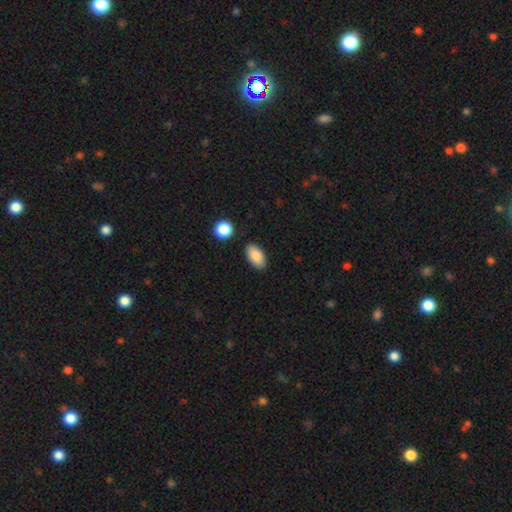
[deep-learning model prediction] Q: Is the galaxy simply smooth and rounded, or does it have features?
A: smooth — 88%.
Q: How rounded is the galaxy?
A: in between — 94%.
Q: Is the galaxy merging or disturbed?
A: none — 85%.